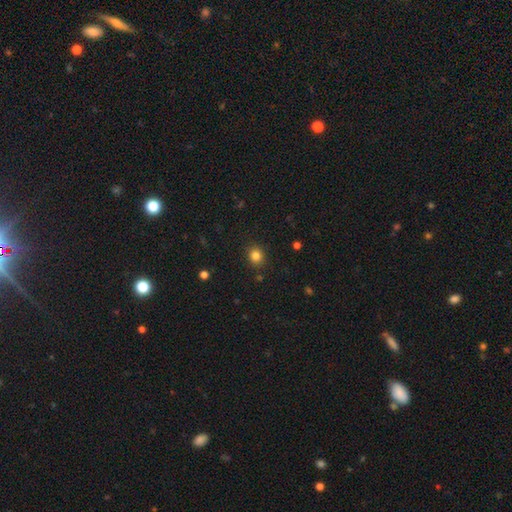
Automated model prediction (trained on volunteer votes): Smooth or featured? Predicted: smooth (p=0.83). How rounded? Predicted: round (p=0.78). Merging? Predicted: none (p=0.88).